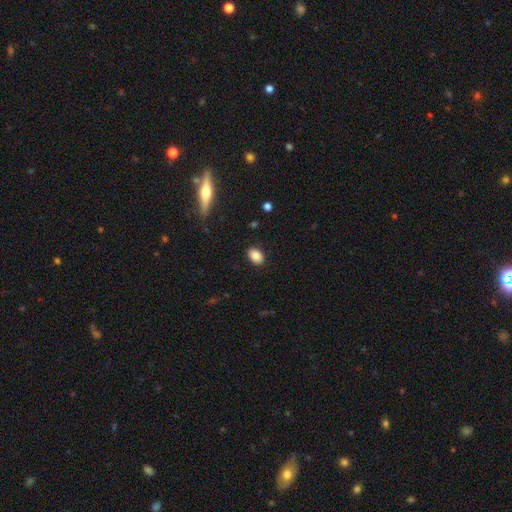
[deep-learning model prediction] Morphology: type=smooth (86%); roundness=in between (84%); merging=none (87%).